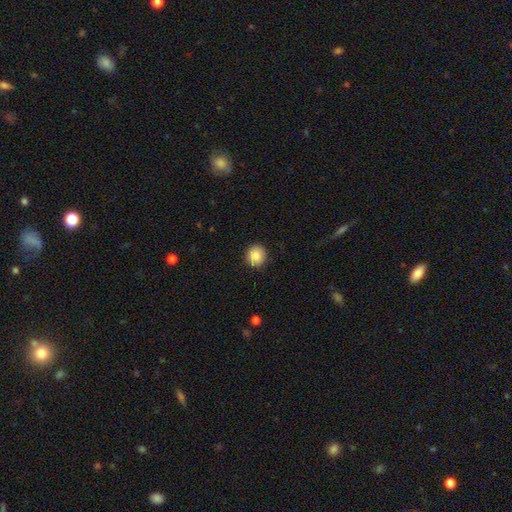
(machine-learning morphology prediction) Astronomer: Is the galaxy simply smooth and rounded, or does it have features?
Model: smooth — 84%.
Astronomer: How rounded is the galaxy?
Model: round — 92%.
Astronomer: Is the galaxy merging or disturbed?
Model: none — 91%.